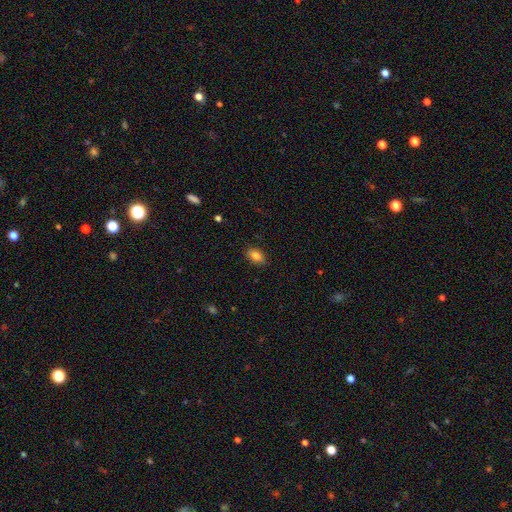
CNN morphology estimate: smooth-or-featured: smooth: 85% | star or artifact: 9% | featured or disk: 6%
  how-rounded: in between: 89% | cigar-shaped: 6% | round: 5%
  merging: none: 85% | minor disturbance: 12% | major disturbance: 2% | merger: 1%